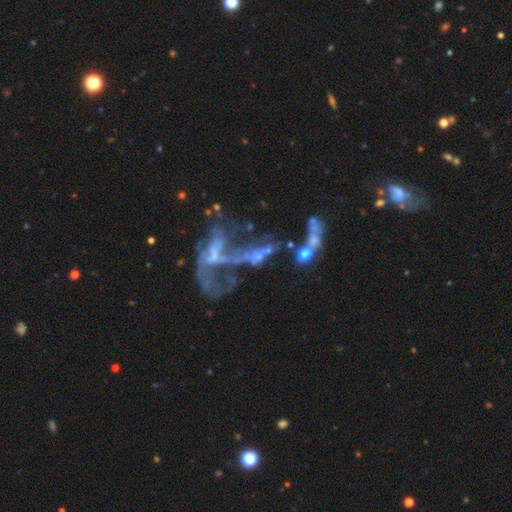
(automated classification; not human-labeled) Overall: featured or disk (57%; star or artifact 23%). Edge-on disk: no (93%). Bar: no (80%). Spiral arms: no (76%). Bulge size: none (65%). Merging: merger (45%; major disturbance 33%).